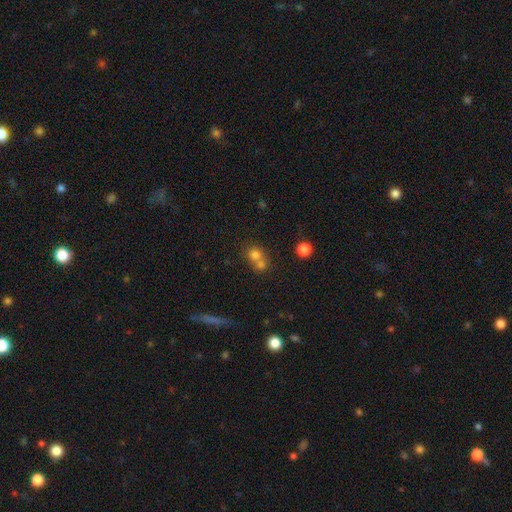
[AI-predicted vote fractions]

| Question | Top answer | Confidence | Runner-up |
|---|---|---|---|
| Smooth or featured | smooth | 72% | star or artifact (15%) |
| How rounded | round | 82% | in between (17%) |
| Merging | merger | 54% | none (37%) |